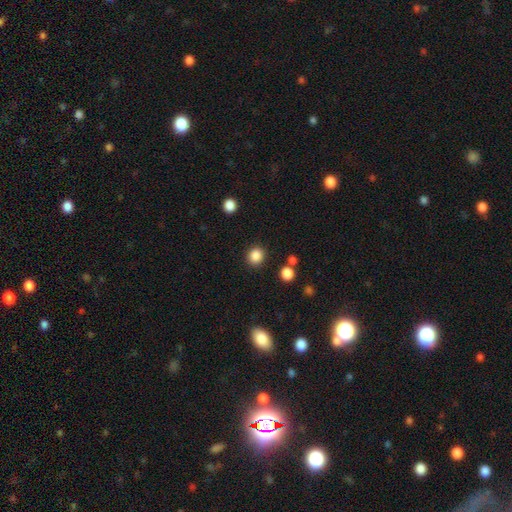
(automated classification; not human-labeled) Smooth or featured?
  - smooth: 86% *
  - star or artifact: 11%
  - featured or disk: 3%
How rounded?
  - round: 86% *
  - in between: 13%
  - cigar-shaped: 1%
Merging?
  - none: 88% *
  - minor disturbance: 6%
  - merger: 3%
  - major disturbance: 3%